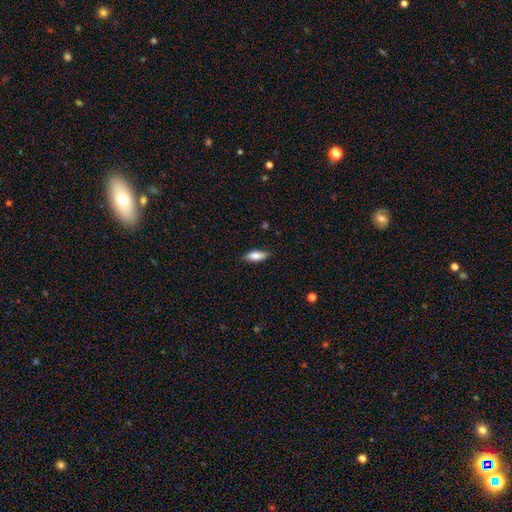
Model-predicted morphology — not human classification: smooth 81%, featured or disk 12%, star or artifact 7%. Down the decision tree: how rounded — in between (73%); merging — none (82%).